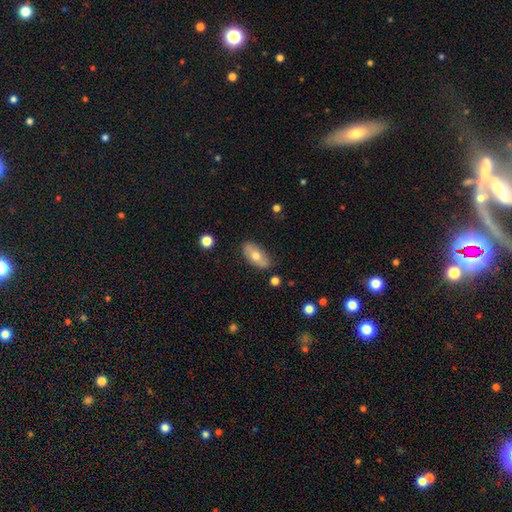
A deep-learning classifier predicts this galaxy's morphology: This appears to be a smooth galaxy with no disk features (65%) that is in between round and cigar-shaped (89%). Merging: none (81%).